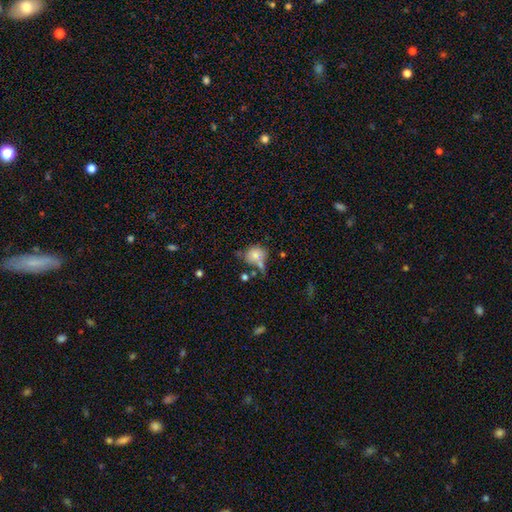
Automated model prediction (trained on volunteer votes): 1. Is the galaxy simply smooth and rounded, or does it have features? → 76% smooth, 13% featured or disk, 10% star or artifact.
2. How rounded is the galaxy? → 59% round, 40% in between, 1% cigar-shaped.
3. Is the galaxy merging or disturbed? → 42% none, 25% merger, 22% minor disturbance, 10% major disturbance.